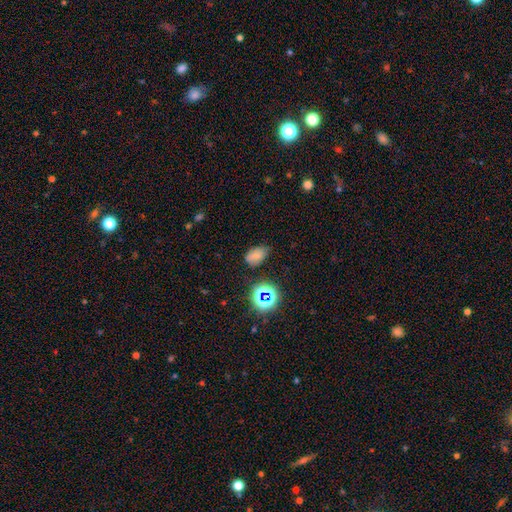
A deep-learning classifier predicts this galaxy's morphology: Smooth or featured: smooth — 69% (star or artifact — 21%)
How rounded: in between — 86% (round — 12%)
Merging: none — 63% (minor disturbance — 27%)